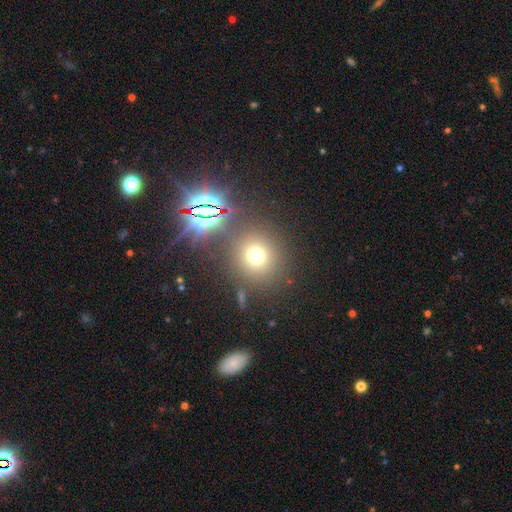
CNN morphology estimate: Smooth or featured? Predicted: smooth (p=0.66). How rounded? Predicted: round (p=0.87). Merging? Predicted: none (p=0.81).